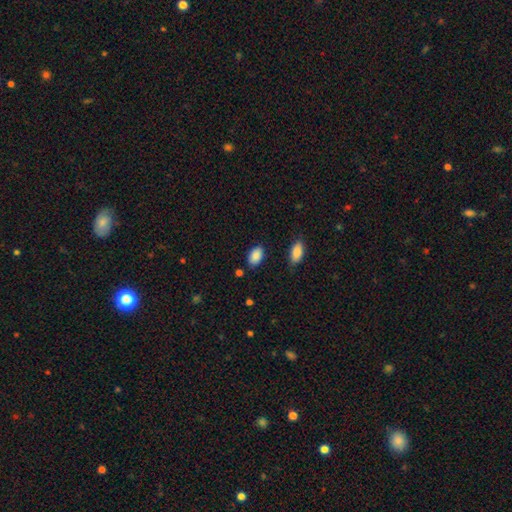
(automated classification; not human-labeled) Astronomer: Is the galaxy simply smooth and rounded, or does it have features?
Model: smooth — 88%.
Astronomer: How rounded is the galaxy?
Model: in between — 91%.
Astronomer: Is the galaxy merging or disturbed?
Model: none — 82%.